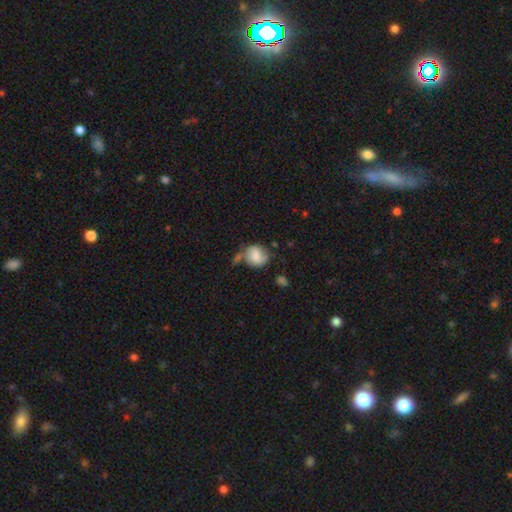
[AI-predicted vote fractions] smooth_or_featured: smooth (p=0.57) [alt: featured or disk p=0.34]
how_rounded: round (p=0.70) [alt: in between p=0.29]
merging: none (p=0.47) [alt: minor disturbance p=0.26]